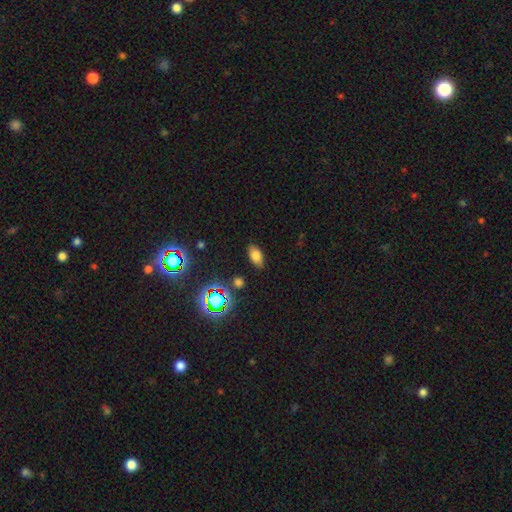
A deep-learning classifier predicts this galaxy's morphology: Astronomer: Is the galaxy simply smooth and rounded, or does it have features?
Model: smooth — 73%.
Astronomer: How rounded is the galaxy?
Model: in between — 90%.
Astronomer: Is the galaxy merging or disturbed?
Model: none — 84%.